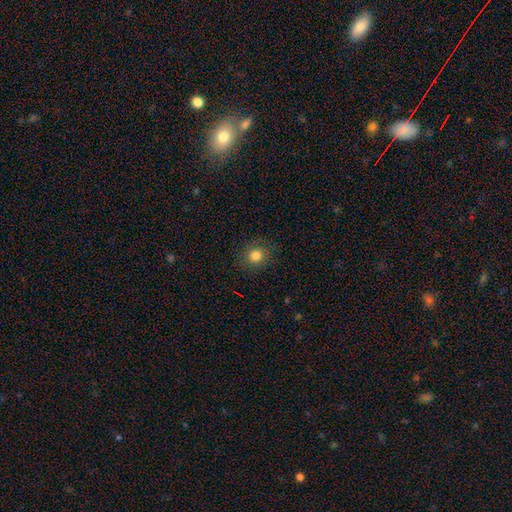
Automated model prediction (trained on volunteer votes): Smooth or featured? Predicted: smooth (p=0.82). How rounded? Predicted: round (p=0.80). Merging? Predicted: none (p=0.87).